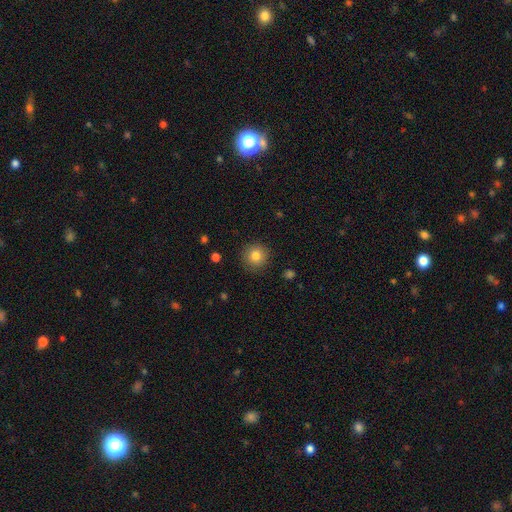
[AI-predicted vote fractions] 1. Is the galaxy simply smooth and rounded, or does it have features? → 82% smooth, 10% star or artifact, 8% featured or disk.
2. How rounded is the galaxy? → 95% round, 5% in between, 1% cigar-shaped.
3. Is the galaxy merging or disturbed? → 90% none, 7% minor disturbance, 2% major disturbance, 1% merger.